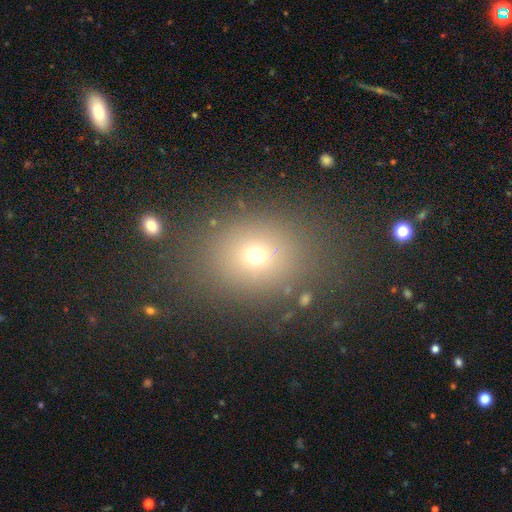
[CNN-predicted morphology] Smooth or featured?
  - smooth: 66% *
  - star or artifact: 23%
  - featured or disk: 11%
How rounded?
  - round: 53% *
  - in between: 46%
  - cigar-shaped: 1%
Merging?
  - none: 83% *
  - minor disturbance: 9%
  - major disturbance: 5%
  - merger: 3%